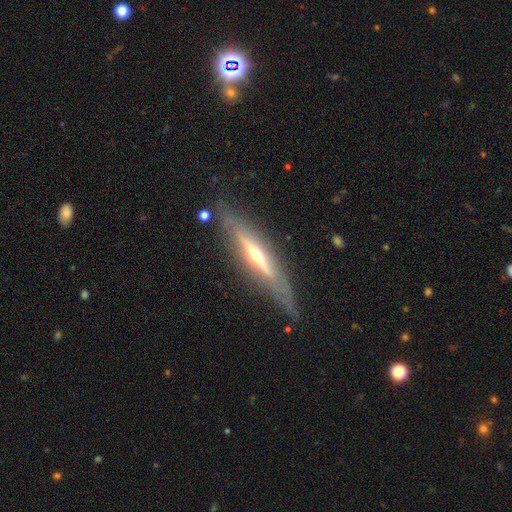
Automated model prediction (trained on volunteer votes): Q: Smooth or featured?
A: featured or disk (76%); runner-up: smooth (18%)
Q: Edge-on disk?
A: yes (85%); runner-up: no (15%)
Q: Edge-on bulge?
A: rounded (84%); runner-up: none (12%)
Q: Merging?
A: none (74%); runner-up: minor disturbance (17%)